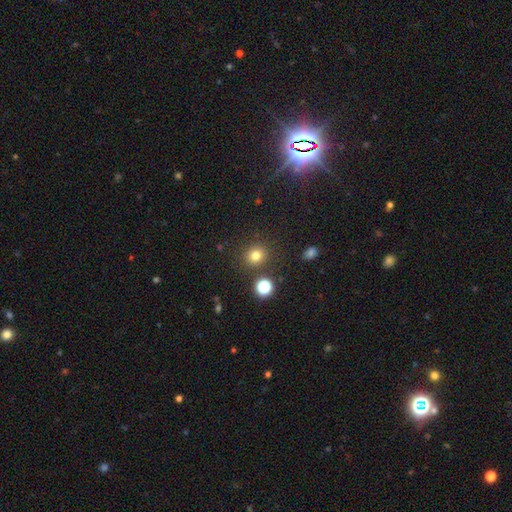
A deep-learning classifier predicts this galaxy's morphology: This appears to be a smooth galaxy with no disk features (78%) that is round (84%). Merging: none (85%).